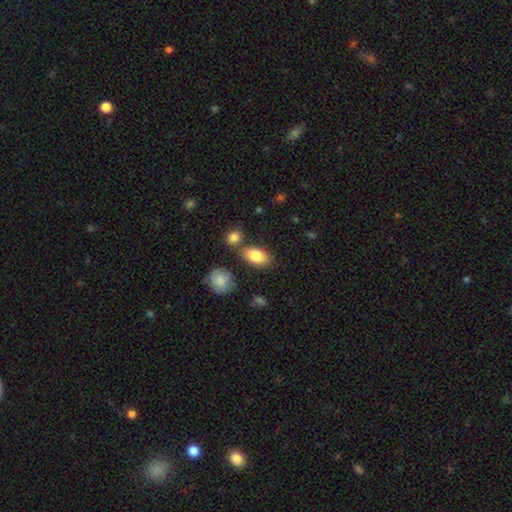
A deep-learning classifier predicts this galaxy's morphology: smooth-or-featured: smooth: 83% | featured or disk: 9% | star or artifact: 7%
  how-rounded: in between: 90% | round: 7% | cigar-shaped: 3%
  merging: none: 73% | minor disturbance: 13% | merger: 11% | major disturbance: 4%